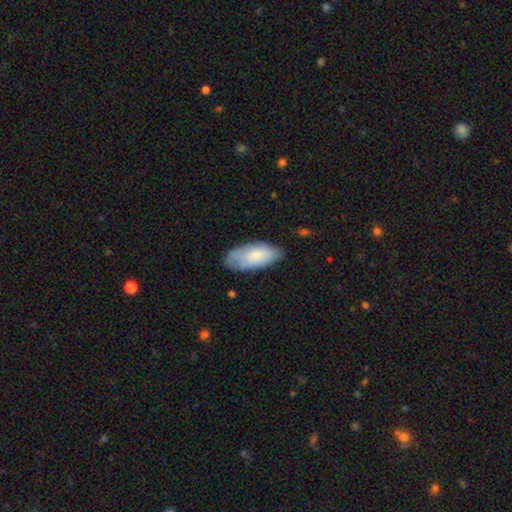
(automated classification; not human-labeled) Smooth or featured: smooth — 78% (featured or disk — 16%)
How rounded: in between — 90% (cigar-shaped — 8%)
Merging: none — 67% (minor disturbance — 25%)